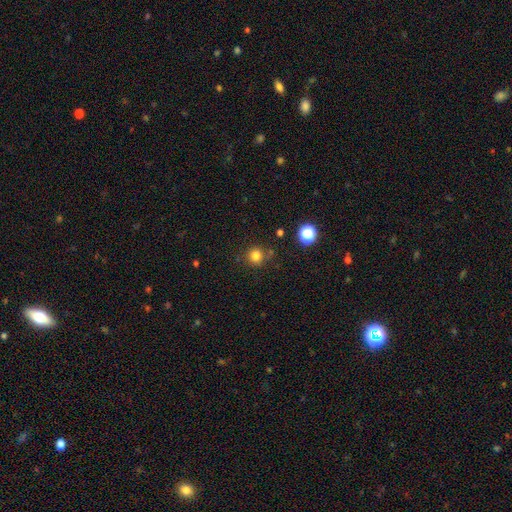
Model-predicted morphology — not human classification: Smooth or featured? Predicted: smooth (p=0.81). How rounded? Predicted: round (p=0.91). Merging? Predicted: none (p=0.80).